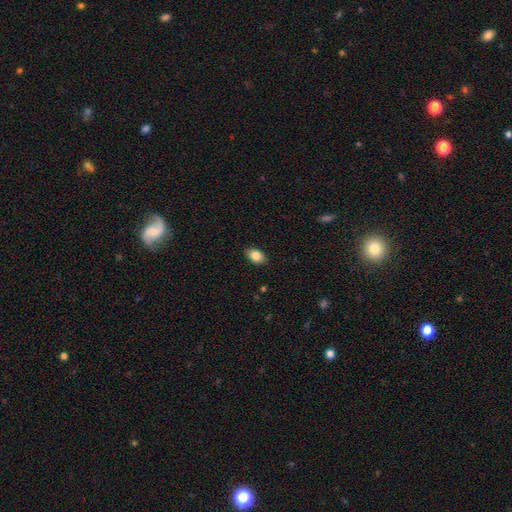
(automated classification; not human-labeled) The model was most divided on "how rounded": in between: 85%, round: 14%, cigar-shaped: 1%. More confident: merging — none (87%); smooth or featured — smooth (86%).